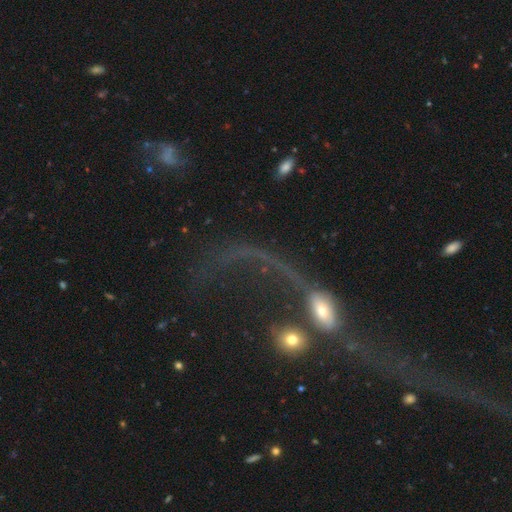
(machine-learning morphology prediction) type=featured or disk (67%); edge-on=no (87%); bar=no (61%); spiral arms=yes (66%); bulge=moderate (39%); merging=merger (50%).